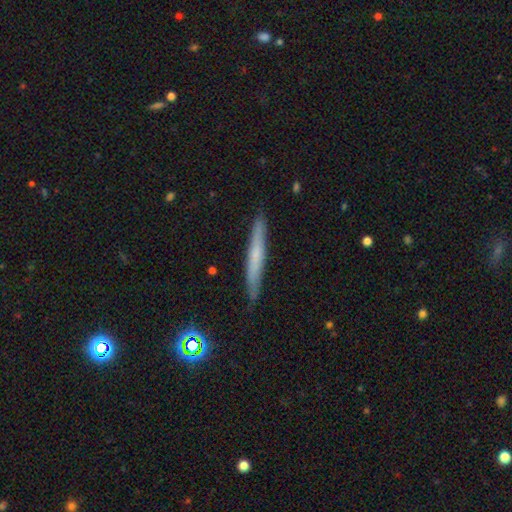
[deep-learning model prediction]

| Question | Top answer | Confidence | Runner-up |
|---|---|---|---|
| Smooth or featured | smooth | 54% | featured or disk (39%) |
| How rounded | cigar-shaped | 96% | in between (3%) |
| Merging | none | 88% | minor disturbance (9%) |